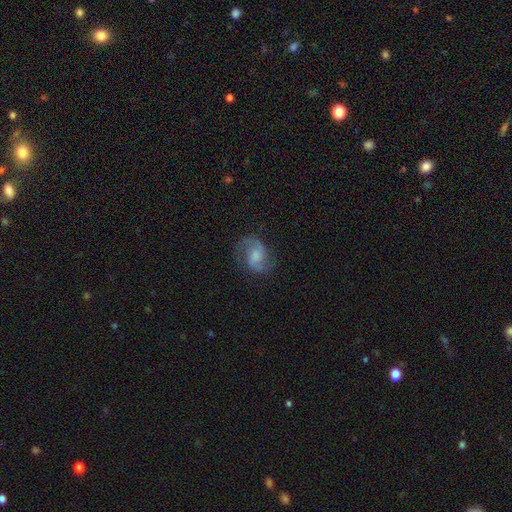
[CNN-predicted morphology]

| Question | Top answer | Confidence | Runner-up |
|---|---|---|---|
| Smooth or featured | featured or disk | 71% | smooth (21%) |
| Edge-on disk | no | 98% | yes (2%) |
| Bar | no | 48% | weak (42%) |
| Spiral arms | yes | 94% | no (6%) |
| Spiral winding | medium | 51% | loose (34%) |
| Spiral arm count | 2 | 90% | can't tell (4%) |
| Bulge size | moderate | 33% | small (24%) |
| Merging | none | 74% | minor disturbance (16%) |